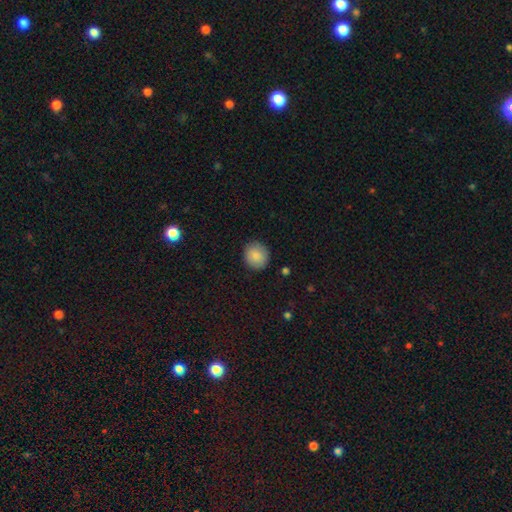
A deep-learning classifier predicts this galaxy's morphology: Smooth or featured: smooth — 87% (star or artifact — 7%)
How rounded: round — 85% (in between — 14%)
Merging: none — 88% (minor disturbance — 9%)